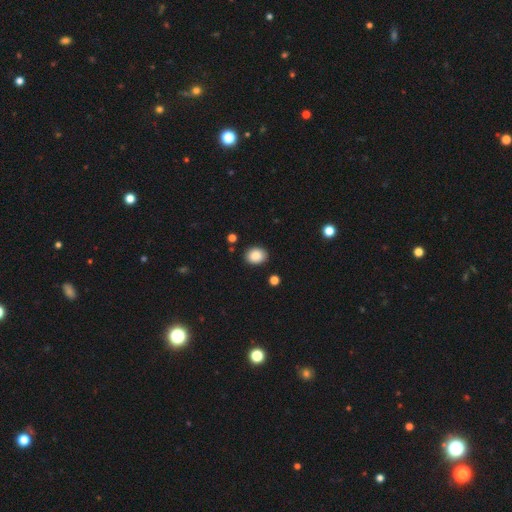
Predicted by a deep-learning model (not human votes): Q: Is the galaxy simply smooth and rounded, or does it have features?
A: smooth — 86%.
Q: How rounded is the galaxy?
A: in between — 52%.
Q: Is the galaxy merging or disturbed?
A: none — 88%.